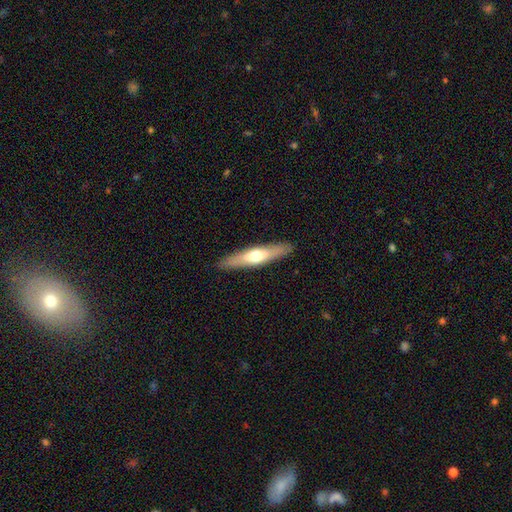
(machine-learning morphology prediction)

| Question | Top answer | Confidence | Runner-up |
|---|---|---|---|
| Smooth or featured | featured or disk | 50% | smooth (45%) |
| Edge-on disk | yes | 84% | no (16%) |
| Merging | none | 89% | minor disturbance (8%) |